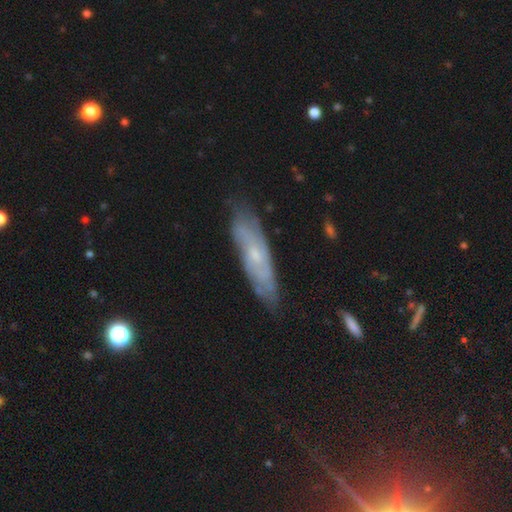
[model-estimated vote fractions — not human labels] Morphology: type=featured or disk (62%); edge-on=no (70%); merging=none (76%).